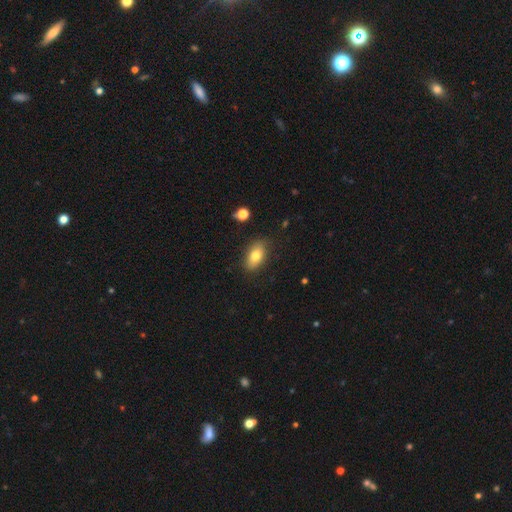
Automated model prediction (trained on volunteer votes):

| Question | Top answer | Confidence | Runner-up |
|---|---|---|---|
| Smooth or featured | smooth | 75% | featured or disk (17%) |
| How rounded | in between | 87% | round (7%) |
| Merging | none | 84% | minor disturbance (12%) |